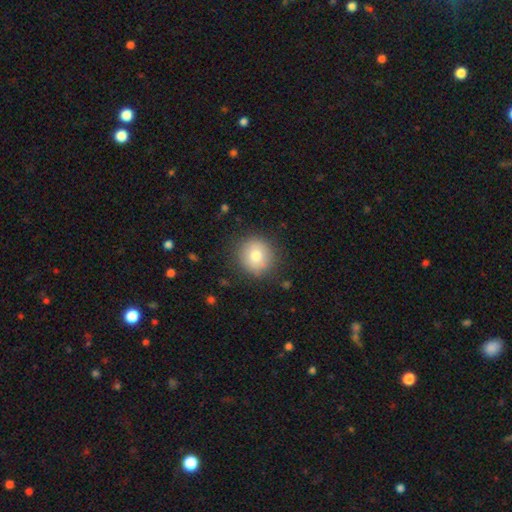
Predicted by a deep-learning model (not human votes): smooth 79%, featured or disk 12%, star or artifact 9%. Down the decision tree: how rounded — round (88%); merging — none (87%).